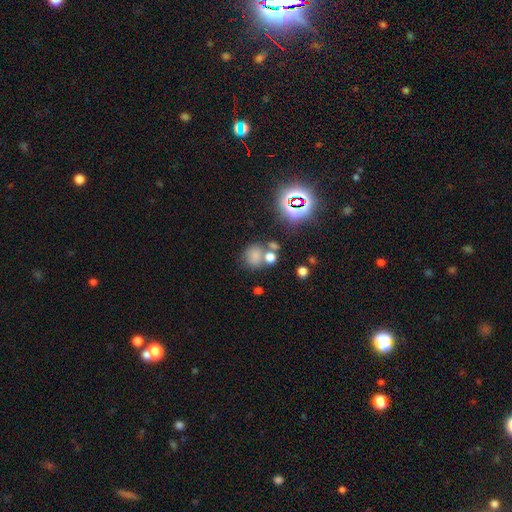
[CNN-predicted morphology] Smooth or featured: smooth — 67% (star or artifact — 22%)
How rounded: round — 73% (in between — 25%)
Merging: none — 54% (merger — 27%)